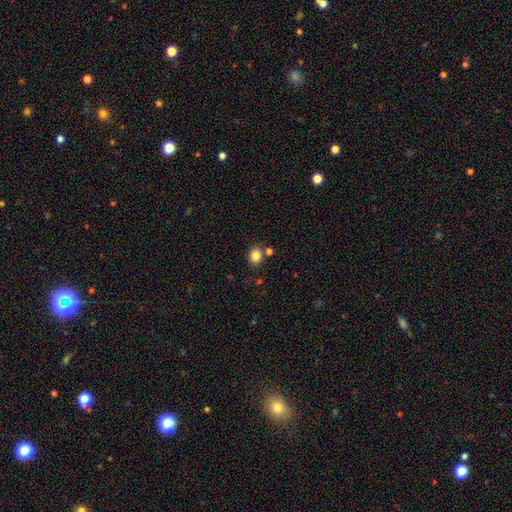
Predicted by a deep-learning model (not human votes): Smooth or featured: smooth — 84% (star or artifact — 11%)
How rounded: round — 60% (in between — 39%)
Merging: none — 77% (minor disturbance — 10%)